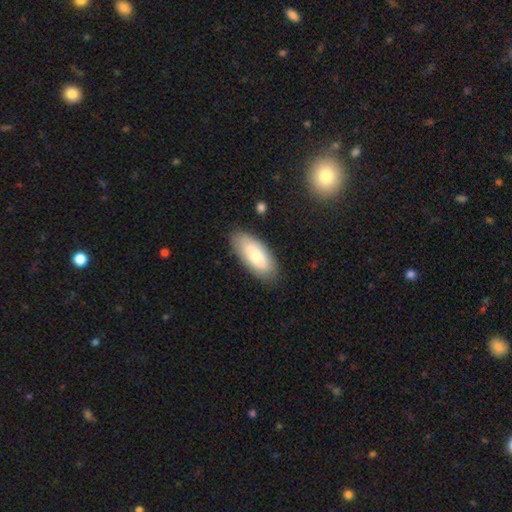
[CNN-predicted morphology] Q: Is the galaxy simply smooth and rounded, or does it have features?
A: smooth — 79%.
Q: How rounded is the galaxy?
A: in between — 86%.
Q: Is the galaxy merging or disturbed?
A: none — 84%.